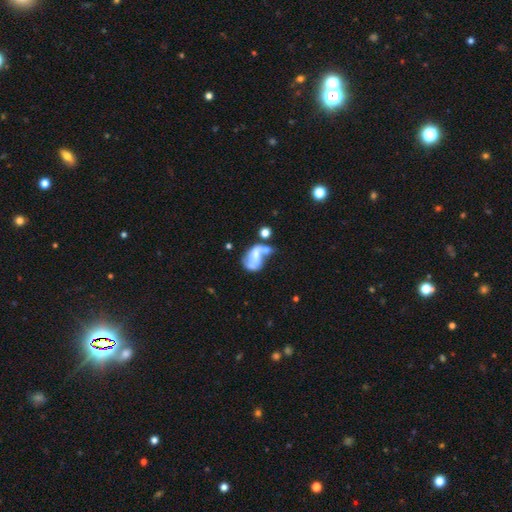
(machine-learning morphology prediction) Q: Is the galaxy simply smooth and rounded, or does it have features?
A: featured or disk — 56%.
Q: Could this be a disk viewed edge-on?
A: no — 97%.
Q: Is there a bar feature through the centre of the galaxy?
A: no — 58%.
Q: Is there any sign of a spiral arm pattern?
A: no — 51%.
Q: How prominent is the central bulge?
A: none — 42%.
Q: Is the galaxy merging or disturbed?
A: merger — 40%.